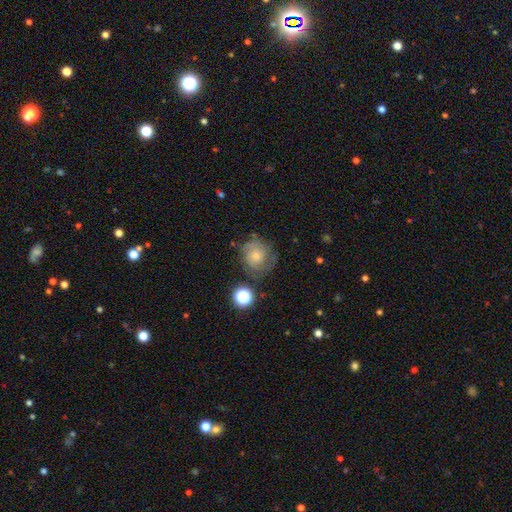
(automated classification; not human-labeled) Overall: featured or disk (54%; smooth 35%). Edge-on disk: no (97%). Bar: no (78%). Spiral arms: yes (85%). Bulge size: moderate (39%, tied with small). Merging: none (65%).